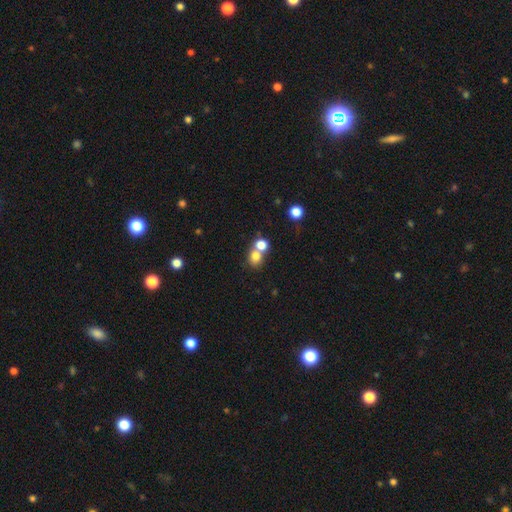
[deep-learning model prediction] Overall: smooth (77%). How rounded: round (73%). Merging: merger (51%; none 39%).